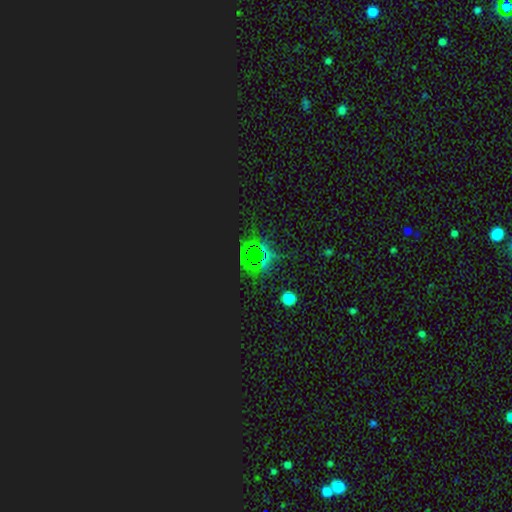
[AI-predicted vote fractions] smooth_or_featured: star or artifact (p=0.81) [alt: smooth p=0.12]